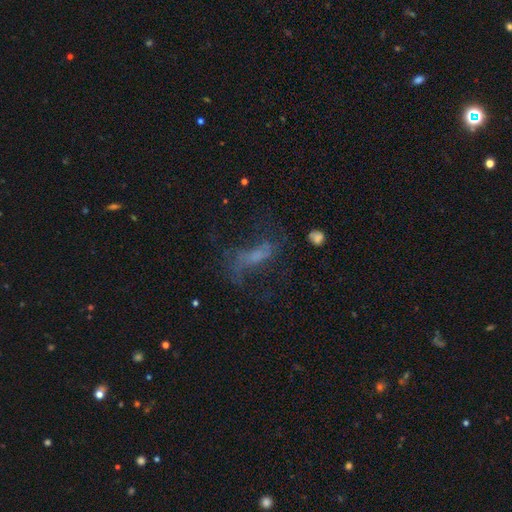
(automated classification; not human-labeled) smooth_or_featured: featured or disk (p=0.53) [alt: smooth p=0.26]
disk_edge_on: no (p=0.88) [alt: yes p=0.12]
merging: none (p=0.47) [alt: major disturbance p=0.31]